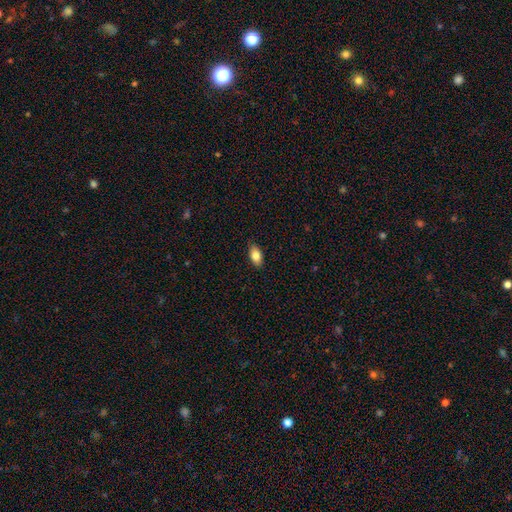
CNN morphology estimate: Smooth or featured? Predicted: smooth (p=0.83). How rounded? Predicted: in between (p=0.91). Merging? Predicted: none (p=0.88).